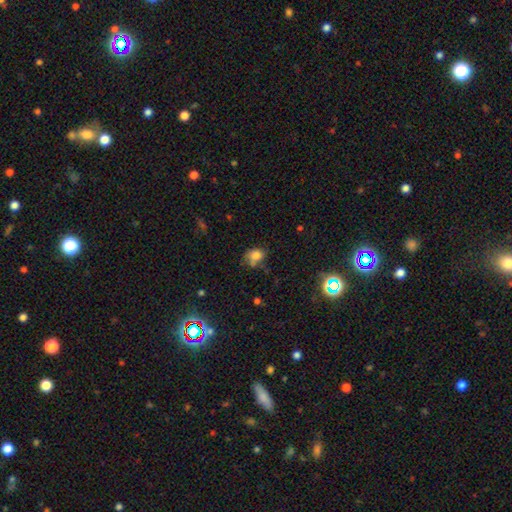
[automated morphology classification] A smooth galaxy with no disk features (73%) that is in between round and cigar-shaped (53%). Merging: none (50%).